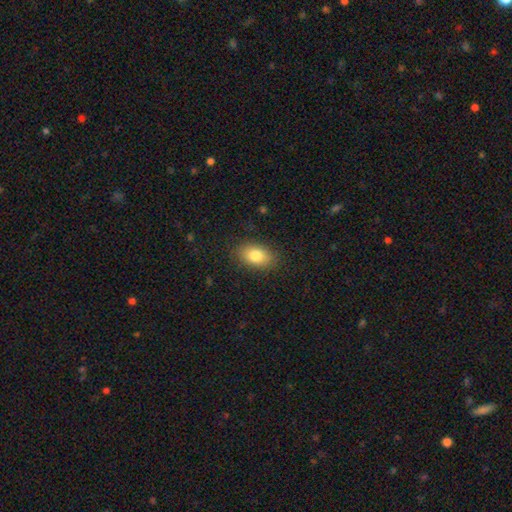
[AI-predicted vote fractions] This appears to be a smooth galaxy with no disk features (82%) that is in between round and cigar-shaped (88%). Merging: none (86%).